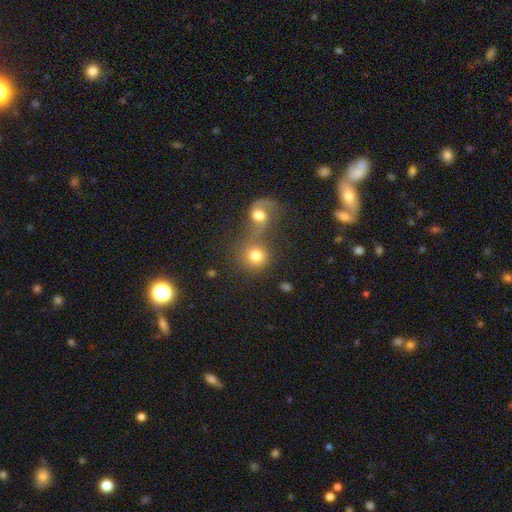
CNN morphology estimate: Smooth or featured? smooth (76%)
How rounded? round (85%)
Merging? merger (54%)